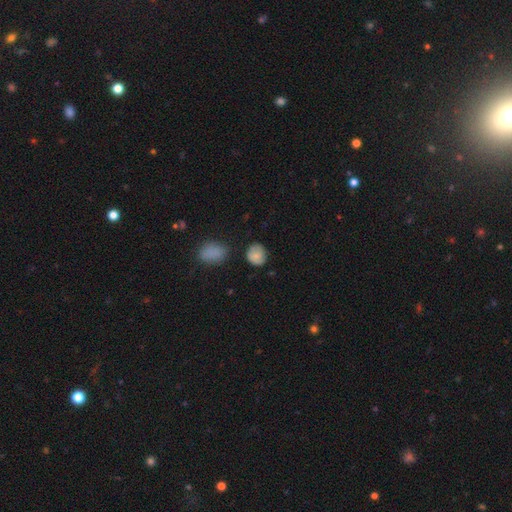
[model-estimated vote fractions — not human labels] This appears to be a smooth galaxy with no disk features (78%) that is round (66%). Merging: none (71%).